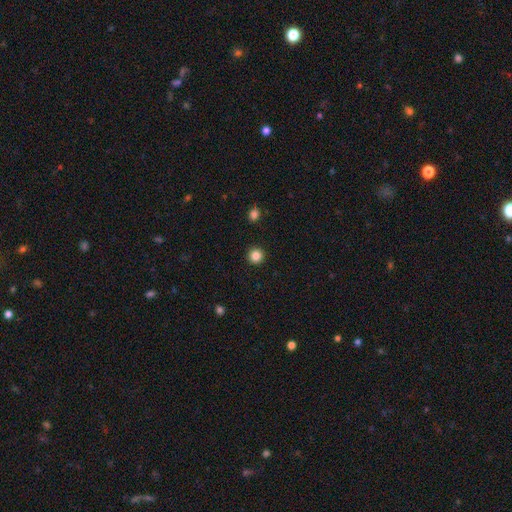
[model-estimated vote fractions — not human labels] The model was most divided on "smooth or featured": smooth: 85%, star or artifact: 11%, featured or disk: 4%. More confident: how rounded — round (95%); merging — none (93%).